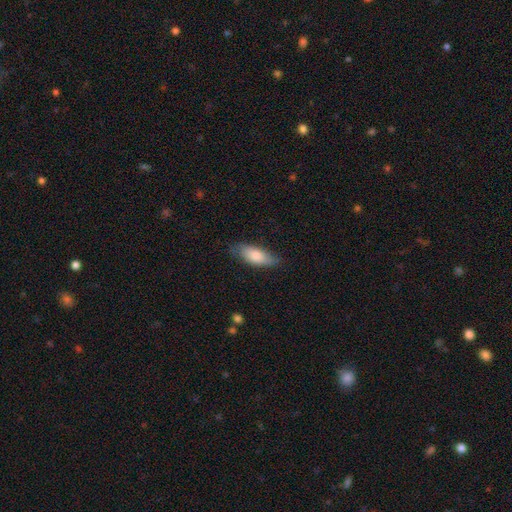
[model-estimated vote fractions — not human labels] Q: Smooth or featured?
A: smooth (83%); runner-up: featured or disk (11%)
Q: How rounded?
A: in between (77%); runner-up: cigar-shaped (21%)
Q: Merging?
A: none (78%); runner-up: minor disturbance (18%)